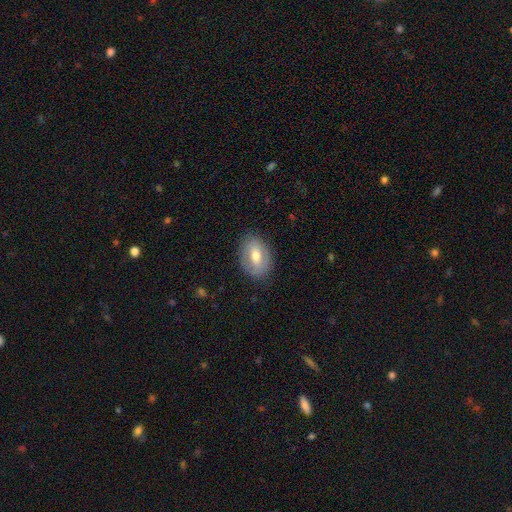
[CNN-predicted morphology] Q: Smooth or featured?
A: smooth (55%); runner-up: featured or disk (37%)
Q: How rounded?
A: in between (82%); runner-up: round (17%)
Q: Merging?
A: none (82%); runner-up: minor disturbance (13%)